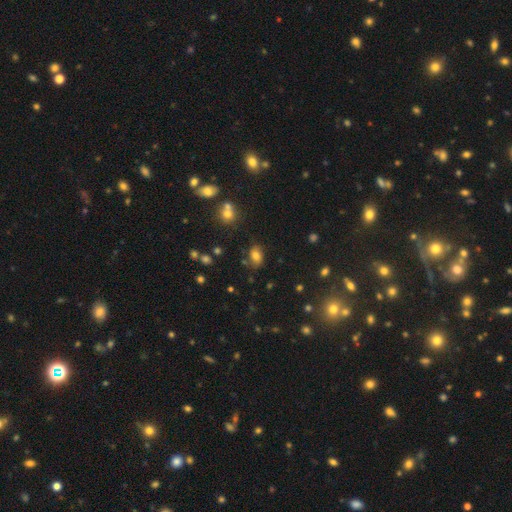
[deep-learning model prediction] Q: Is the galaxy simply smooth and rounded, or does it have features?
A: smooth — 76%.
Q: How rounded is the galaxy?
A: in between — 80%.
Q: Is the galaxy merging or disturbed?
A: none — 73%.